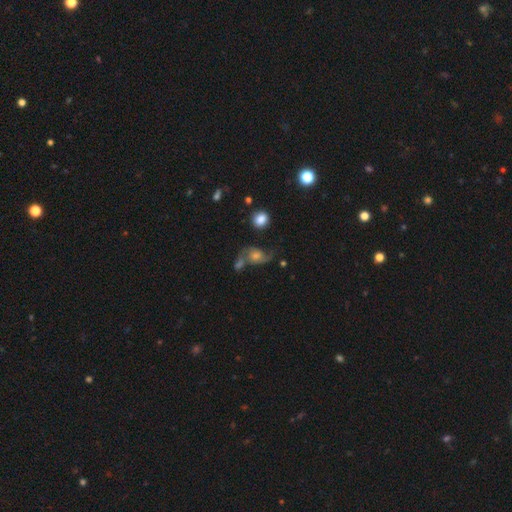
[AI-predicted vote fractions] A featured or disk galaxy (57%) with no bar (73%), spiral arms (86%) and a moderate central bulge (45%).

Vote fractions:
- Smooth or featured? featured or disk: 57% / smooth: 27% / star or artifact: 16%
- Edge-on disk? no: 95% / yes: 5%
- Bar? no: 73% / weak: 23% / strong: 4%
- Spiral arms? yes: 86% / no: 14%
- Bulge size? moderate: 45% / small: 25% / large: 17% / none: 9% / dominant: 4%
- Merging? none: 42% / merger: 23% / minor disturbance: 17% / major disturbance: 17%